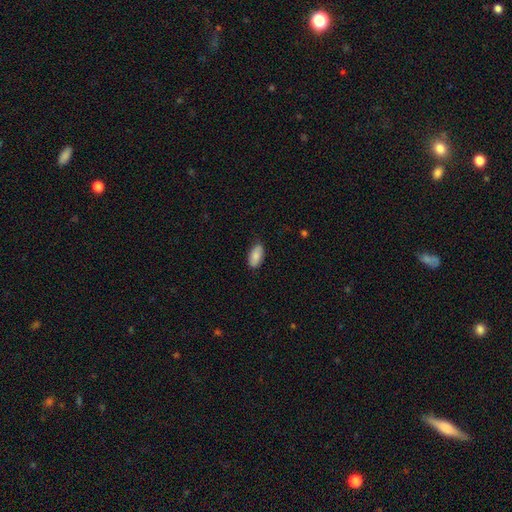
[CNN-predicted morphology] Smooth or featured? smooth (83%)
How rounded? in between (92%)
Merging? none (83%)